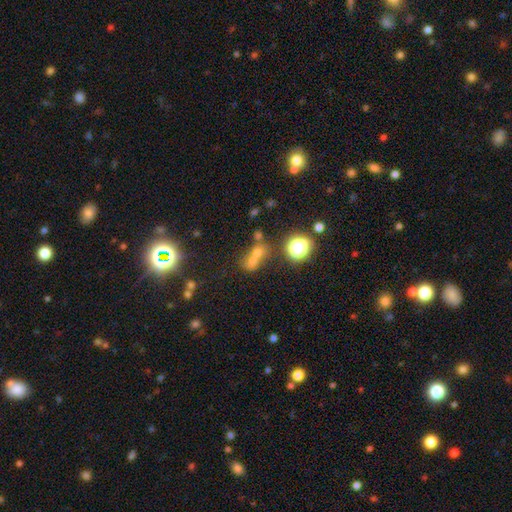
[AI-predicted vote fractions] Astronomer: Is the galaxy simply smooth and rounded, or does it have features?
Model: smooth — 56%.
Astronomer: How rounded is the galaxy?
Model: round — 57% (runner-up: in between, 40%).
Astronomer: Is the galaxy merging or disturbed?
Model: merger — 54% (runner-up: none, 33%).